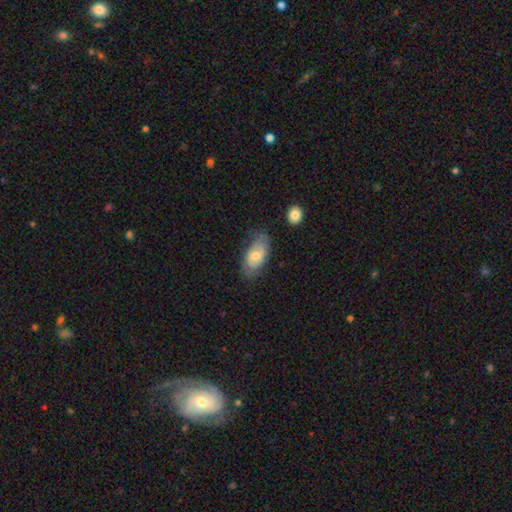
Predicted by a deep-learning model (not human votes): Smooth or featured? Predicted: featured or disk (p=0.51). Edge-on disk? Predicted: no (p=0.92). Merging? Predicted: none (p=0.65).